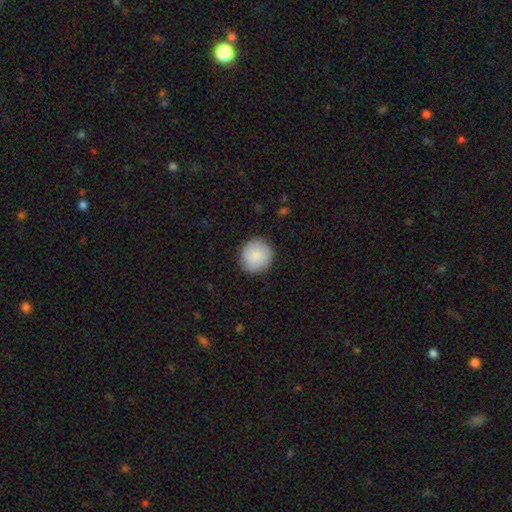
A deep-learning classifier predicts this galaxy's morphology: Overall: smooth (87%). How rounded: round (94%). Merging: none (89%).